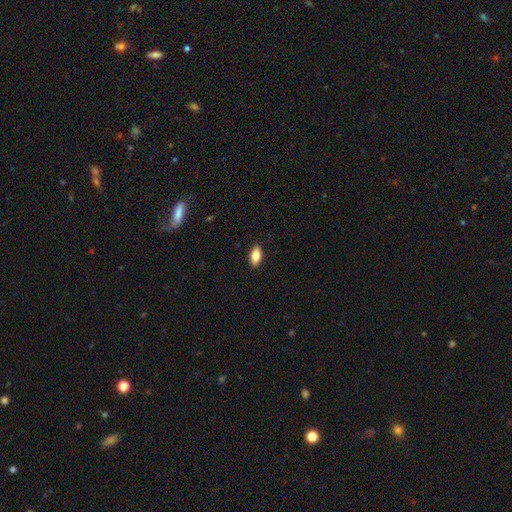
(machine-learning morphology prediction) Smooth or featured?
  - smooth: 79% *
  - featured or disk: 14%
  - star or artifact: 7%
How rounded?
  - in between: 87% *
  - cigar-shaped: 9%
  - round: 3%
Merging?
  - none: 89% *
  - minor disturbance: 8%
  - major disturbance: 2%
  - merger: 1%